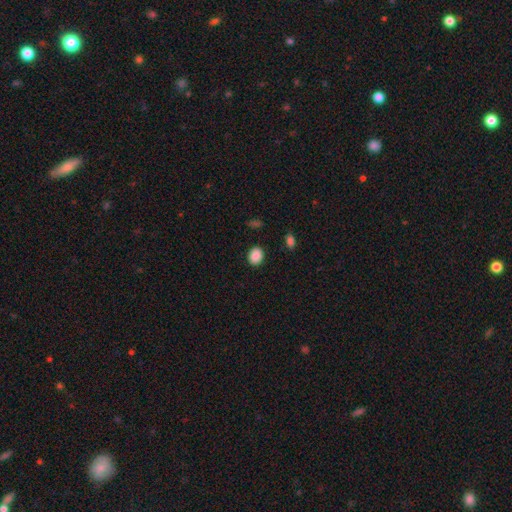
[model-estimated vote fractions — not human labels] Smooth or featured? smooth (88%)
How rounded? in between (51%)
Merging? none (89%)